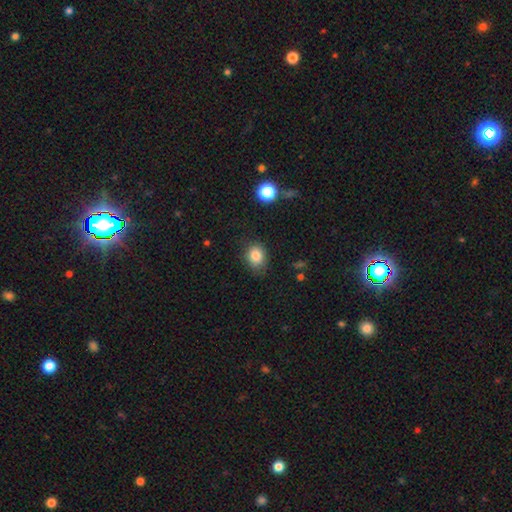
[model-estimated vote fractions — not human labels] This appears to be a smooth galaxy with no disk features (83%) that is round (50%). Merging: none (74%).